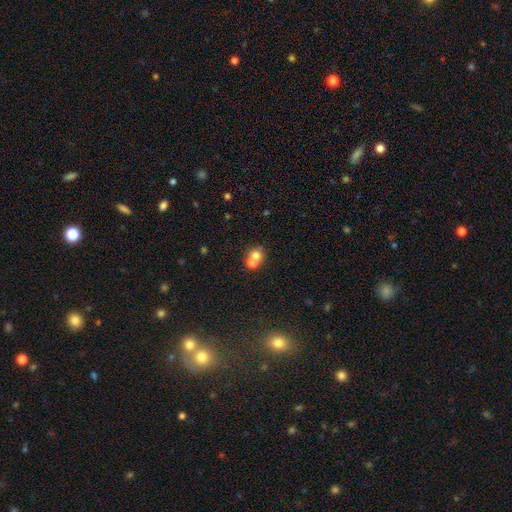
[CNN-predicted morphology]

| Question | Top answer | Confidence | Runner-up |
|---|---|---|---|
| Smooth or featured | smooth | 68% | featured or disk (20%) |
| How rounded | round | 73% | in between (26%) |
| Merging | merger | 62% | none (30%) |